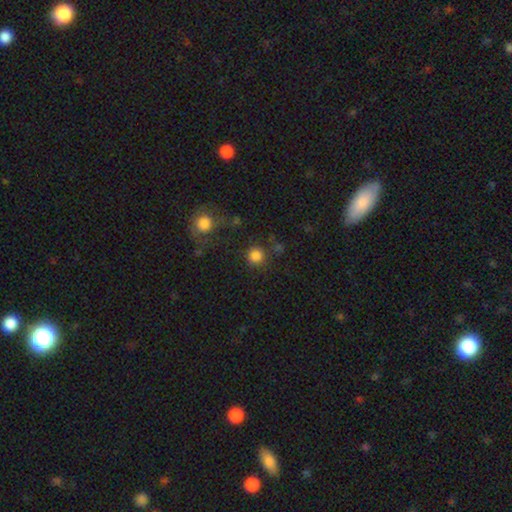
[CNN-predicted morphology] Smooth or featured?
  - smooth: 84% *
  - star or artifact: 12%
  - featured or disk: 5%
How rounded?
  - round: 95% *
  - in between: 4%
  - cigar-shaped: 1%
Merging?
  - none: 82% *
  - minor disturbance: 8%
  - merger: 6%
  - major disturbance: 4%